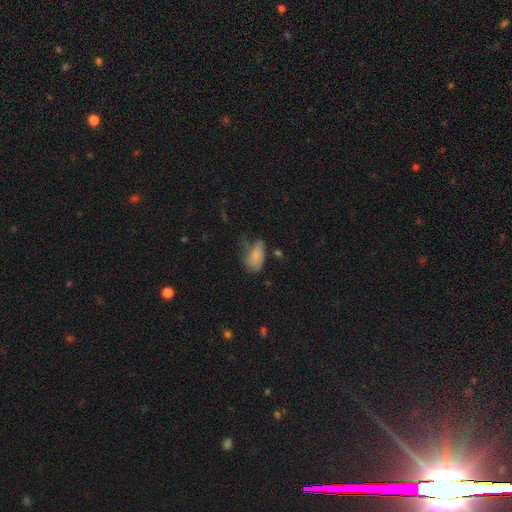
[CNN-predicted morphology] smooth 76%, featured or disk 16%, star or artifact 9%. Down the decision tree: how rounded — in between (91%); merging — minor disturbance (34%).